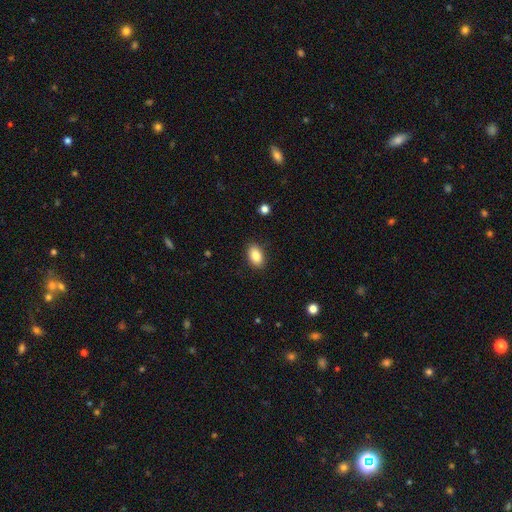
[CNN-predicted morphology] A smooth galaxy with no disk features (86%) that is in between round and cigar-shaped (90%). Merging: none (88%).